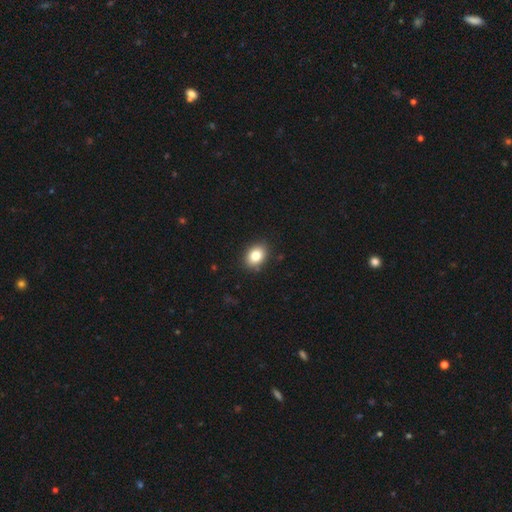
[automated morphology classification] Smooth or featured? smooth (82%)
How rounded? in between (68%)
Merging? none (87%)